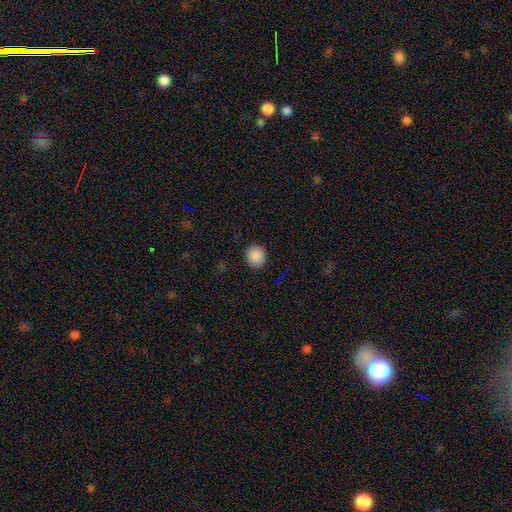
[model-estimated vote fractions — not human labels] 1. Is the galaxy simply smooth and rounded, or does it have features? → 88% smooth, 9% star or artifact, 3% featured or disk.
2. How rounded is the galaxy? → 87% round, 12% in between, 1% cigar-shaped.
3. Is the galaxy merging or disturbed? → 91% none, 6% minor disturbance, 2% major disturbance, 1% merger.